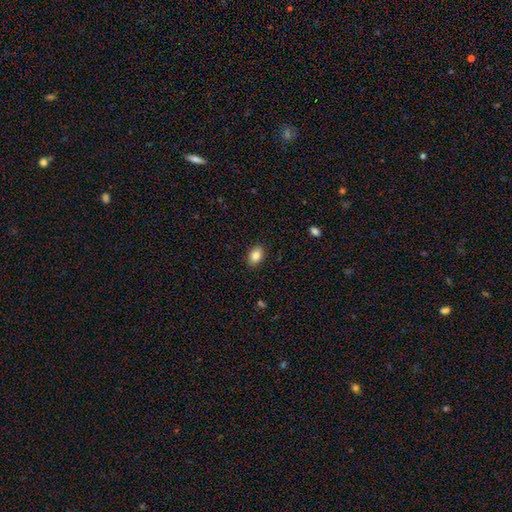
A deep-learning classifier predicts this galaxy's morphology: This is clearly a smooth galaxy (85%). How rounded: clearly in between (85%). Merging: clearly none (88%).